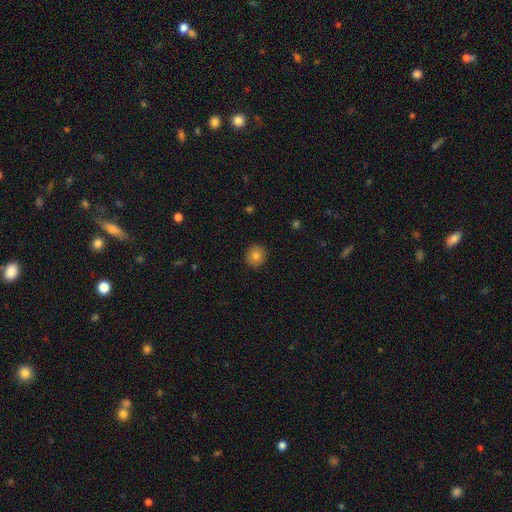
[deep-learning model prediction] Morphology: type=smooth (82%); roundness=round (92%); merging=none (91%).